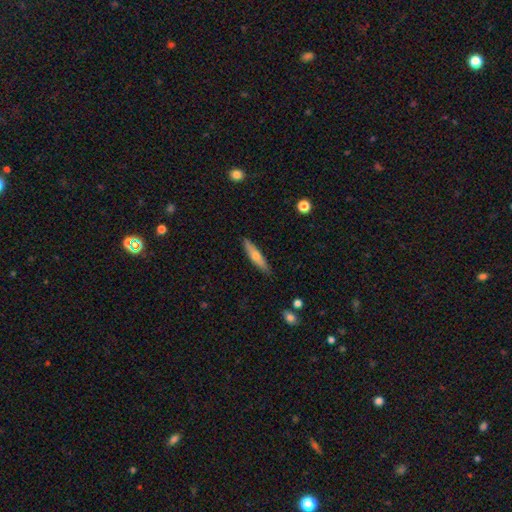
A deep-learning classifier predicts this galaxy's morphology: Q: Smooth or featured?
A: smooth (51%); runner-up: featured or disk (43%)
Q: How rounded?
A: cigar-shaped (81%); runner-up: in between (17%)
Q: Merging?
A: none (88%); runner-up: minor disturbance (9%)